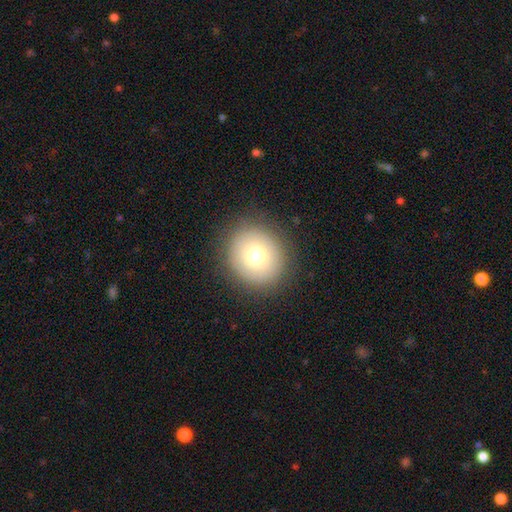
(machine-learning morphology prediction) Overall: smooth (73%). How rounded: round (85%). Merging: none (88%).